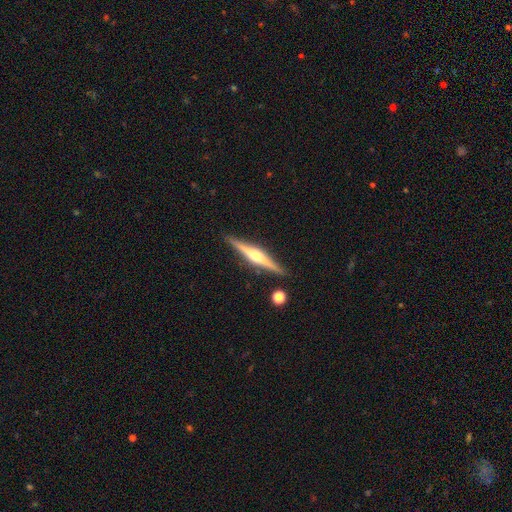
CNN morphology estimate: Smooth or featured? featured or disk (79%)
Edge-on disk? yes (98%)
Edge-on bulge? rounded (92%)
Merging? none (90%)